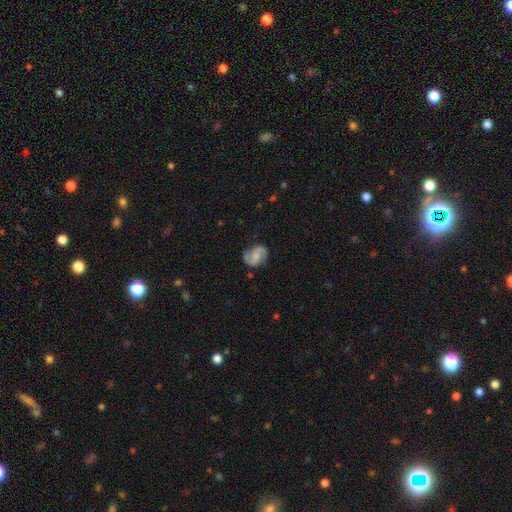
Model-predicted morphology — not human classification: type=featured or disk (79%); edge-on=no (98%); bar=weak (45%); spiral arms=yes (96%); winding=medium (50%); arm count=2 (92%); bulge=small (35%); merging=none (79%).